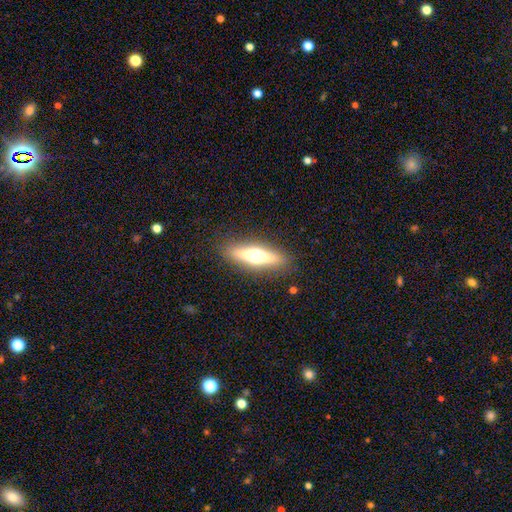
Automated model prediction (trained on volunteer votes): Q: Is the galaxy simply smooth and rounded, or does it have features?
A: featured or disk — 58%.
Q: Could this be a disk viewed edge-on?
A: yes — 92%.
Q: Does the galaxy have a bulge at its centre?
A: rounded — 93%.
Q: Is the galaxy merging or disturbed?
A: none — 88%.